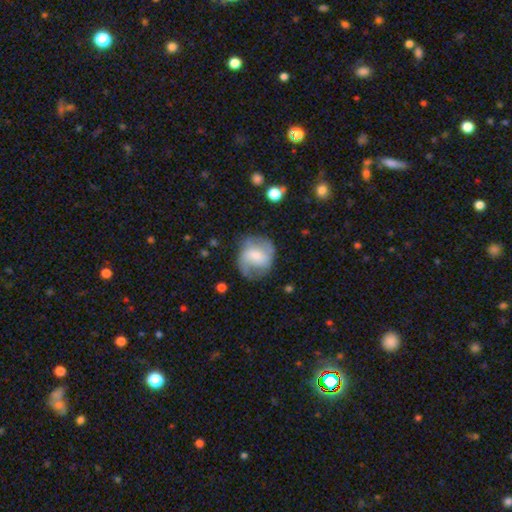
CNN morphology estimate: smooth_or_featured: featured or disk (p=0.54) [alt: smooth p=0.39]
disk_edge_on: no (p=0.97) [alt: yes p=0.03]
bar: weak (p=0.47) [alt: no p=0.33]
has_spiral_arms: yes (p=0.78) [alt: no p=0.22]
bulge_size: small (p=0.39) [alt: moderate p=0.38]
merging: none (p=0.58) [alt: minor disturbance p=0.23]